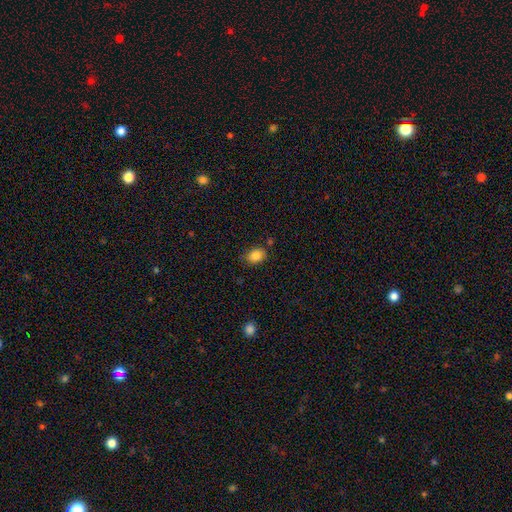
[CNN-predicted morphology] Smooth or featured? smooth (85%)
How rounded? in between (63%)
Merging? none (77%)